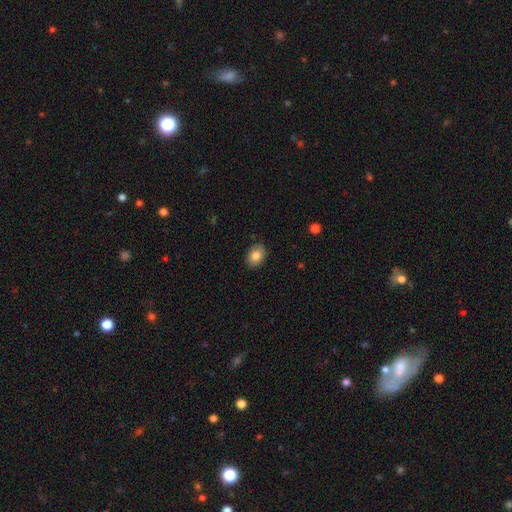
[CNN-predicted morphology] Smooth or featured? Predicted: smooth (p=0.81). How rounded? Predicted: in between (p=0.73). Merging? Predicted: none (p=0.87).